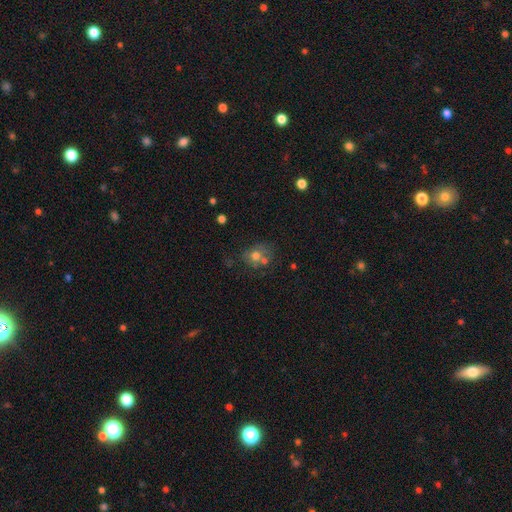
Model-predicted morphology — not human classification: Smooth or featured?
  - smooth: 64% *
  - featured or disk: 22%
  - star or artifact: 13%
How rounded?
  - round: 61% *
  - in between: 38%
  - cigar-shaped: 1%
Merging?
  - none: 44% *
  - merger: 31%
  - minor disturbance: 17%
  - major disturbance: 9%